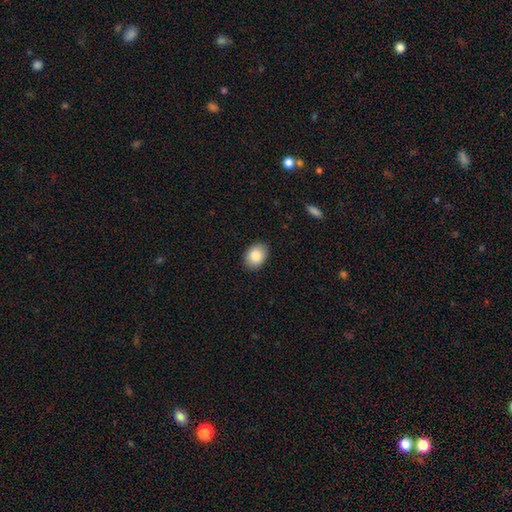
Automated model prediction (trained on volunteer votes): This is clearly a smooth galaxy (88%). How rounded: likely in between (73%). Merging: clearly none (87%).